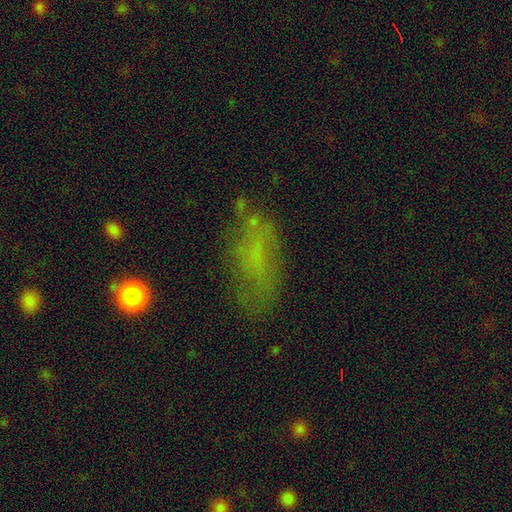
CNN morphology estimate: smooth 58%, featured or disk 25%, star or artifact 18%. Down the decision tree: how rounded — in between (79%); merging — none (61%).